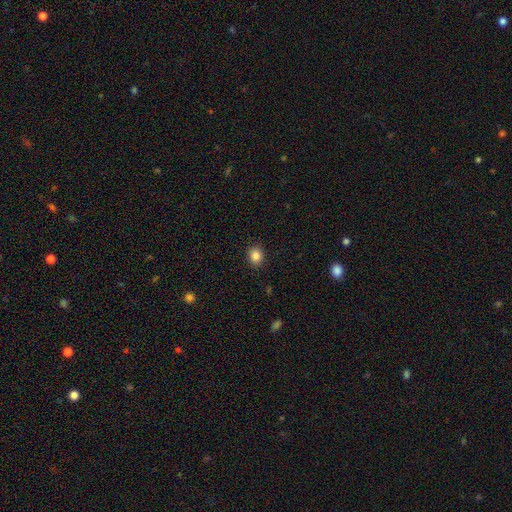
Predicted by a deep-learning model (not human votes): Smooth or featured? Predicted: smooth (p=0.86). How rounded? Predicted: round (p=0.62). Merging? Predicted: none (p=0.90).